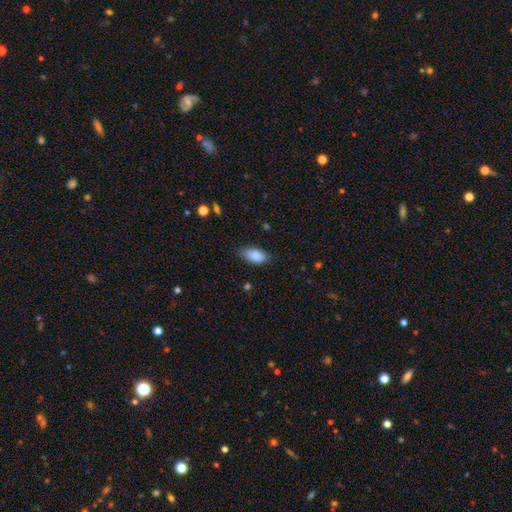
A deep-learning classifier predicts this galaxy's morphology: Smooth or featured: smooth — 87% (star or artifact — 7%)
How rounded: in between — 90% (cigar-shaped — 7%)
Merging: none — 81% (minor disturbance — 15%)